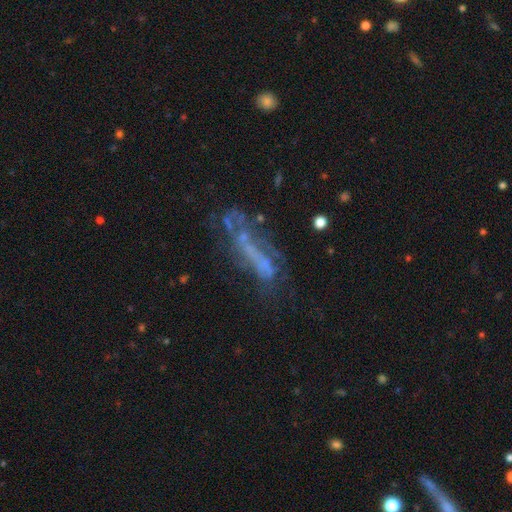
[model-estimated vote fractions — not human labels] Smooth or featured? featured or disk (54%)
Edge-on disk? no (73%)
Merging? none (39%)